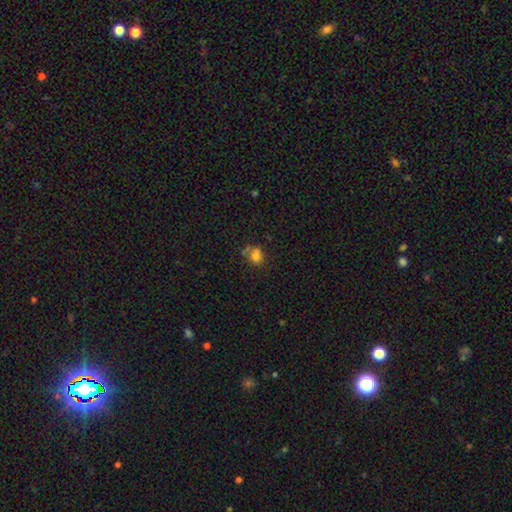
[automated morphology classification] Overall: smooth (71%). How rounded: in between (54%; round 45%). Merging: none (41%; minor disturbance 22%).